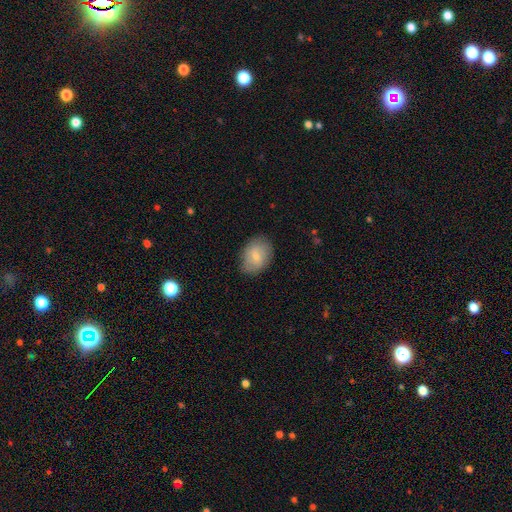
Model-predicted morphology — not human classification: smooth_or_featured: smooth (p=0.67) [alt: featured or disk p=0.26]
how_rounded: in between (p=0.75) [alt: round p=0.23]
merging: none (p=0.80) [alt: minor disturbance p=0.15]